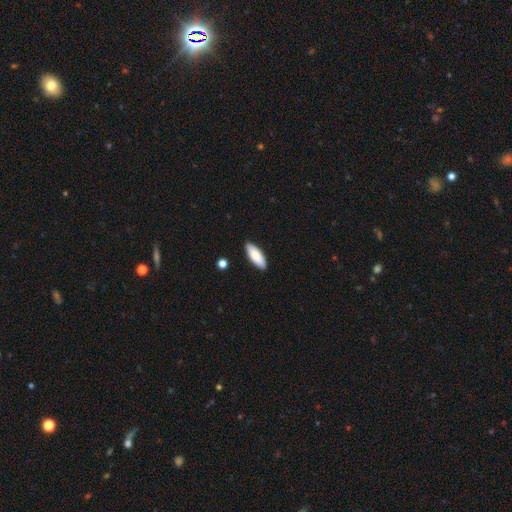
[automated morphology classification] The model was most divided on "how rounded": in between: 75%, cigar-shaped: 24%, round: 2%. More confident: merging — none (88%); smooth or featured — smooth (84%).